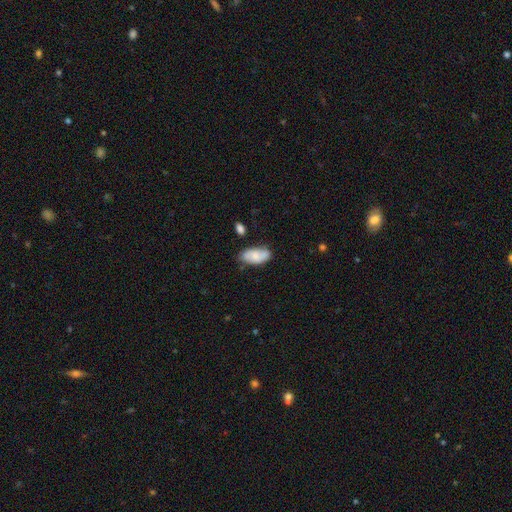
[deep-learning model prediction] smooth_or_featured: smooth (p=0.64) [alt: featured or disk p=0.29]
how_rounded: in between (p=0.92) [alt: cigar-shaped p=0.04]
merging: none (p=0.67) [alt: minor disturbance p=0.22]